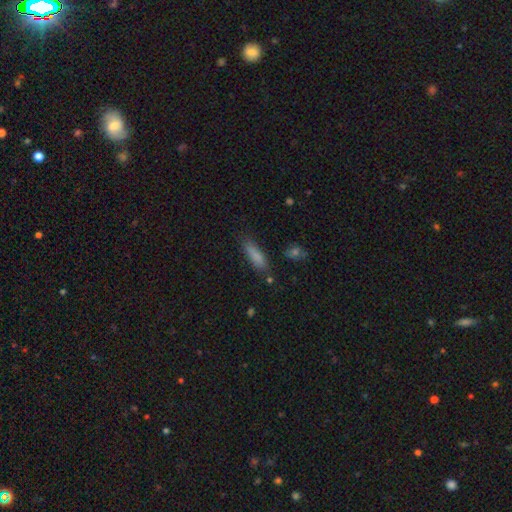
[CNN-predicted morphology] Smooth or featured?
  - smooth: 83% *
  - featured or disk: 9%
  - star or artifact: 8%
How rounded?
  - cigar-shaped: 62% *
  - in between: 36%
  - round: 2%
Merging?
  - none: 74% *
  - minor disturbance: 18%
  - major disturbance: 4%
  - merger: 3%